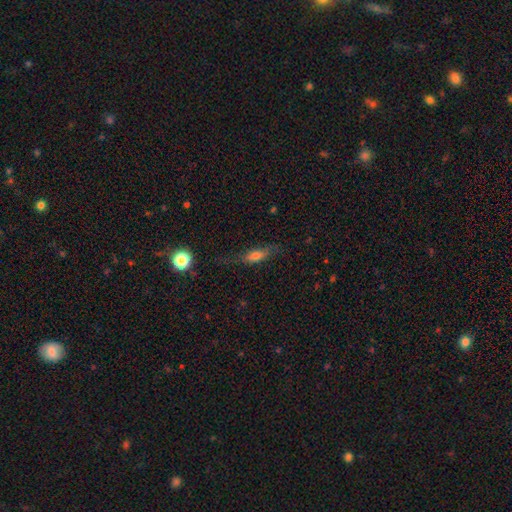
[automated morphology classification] type=smooth (58%); roundness=in between (52%); merging=none (66%).